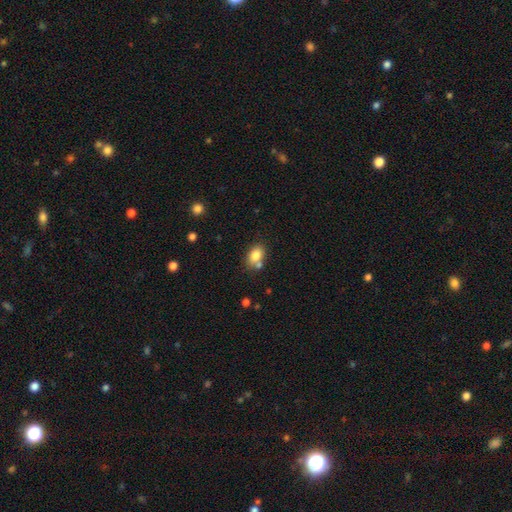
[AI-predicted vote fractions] Smooth or featured?
  - smooth: 83% *
  - star or artifact: 9%
  - featured or disk: 8%
How rounded?
  - in between: 79% *
  - round: 19%
  - cigar-shaped: 2%
Merging?
  - none: 61% *
  - merger: 20%
  - minor disturbance: 15%
  - major disturbance: 4%